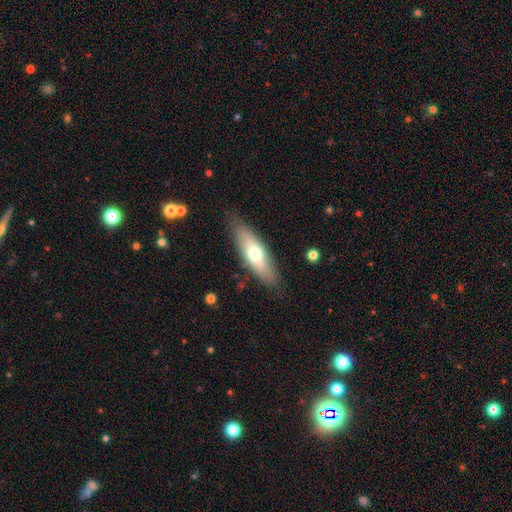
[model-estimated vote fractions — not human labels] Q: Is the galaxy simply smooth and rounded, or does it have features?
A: smooth — 57%.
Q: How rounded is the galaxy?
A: cigar-shaped — 51%.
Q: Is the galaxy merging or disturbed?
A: none — 85%.